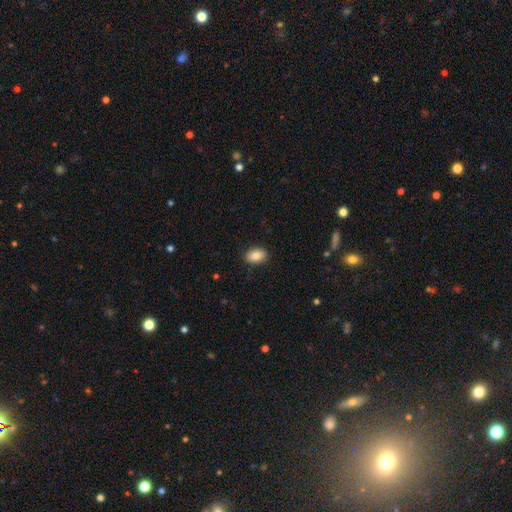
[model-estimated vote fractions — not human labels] This appears to be a smooth galaxy with no disk features (86%) that is in between round and cigar-shaped (83%). Merging: none (89%).